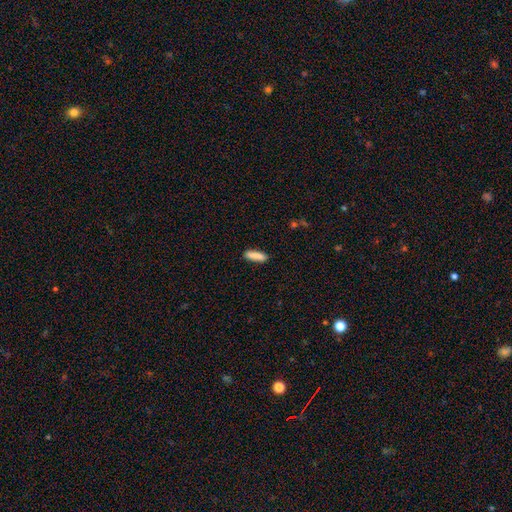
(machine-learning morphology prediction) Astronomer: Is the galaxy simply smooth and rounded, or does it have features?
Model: smooth — 87%.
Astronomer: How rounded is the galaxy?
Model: cigar-shaped — 57% (runner-up: in between, 41%).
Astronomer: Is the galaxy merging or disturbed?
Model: none — 88%.